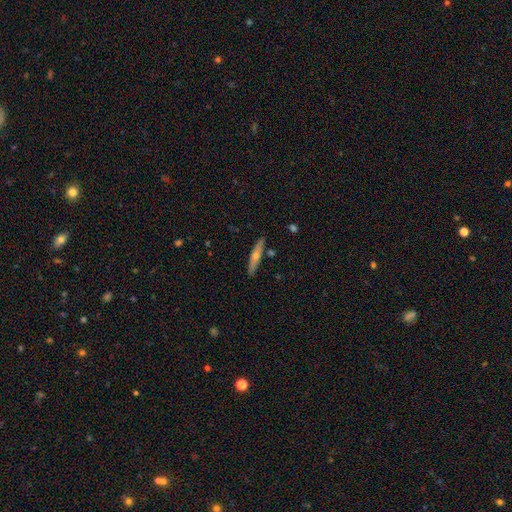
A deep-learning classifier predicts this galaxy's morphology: Overall: featured or disk (53%; smooth 40%). Edge-on disk: yes (92%). Merging: none (87%).